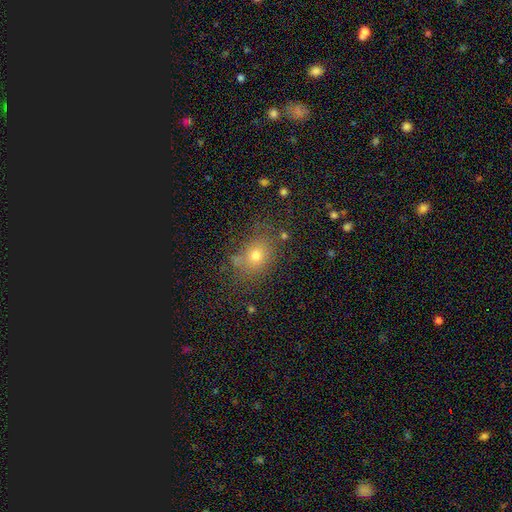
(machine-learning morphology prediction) smooth_or_featured: smooth (p=0.70) [alt: star or artifact p=0.18]
how_rounded: round (p=0.49) [tied with: in between p=0.49]
merging: none (p=0.74) [alt: minor disturbance p=0.15]